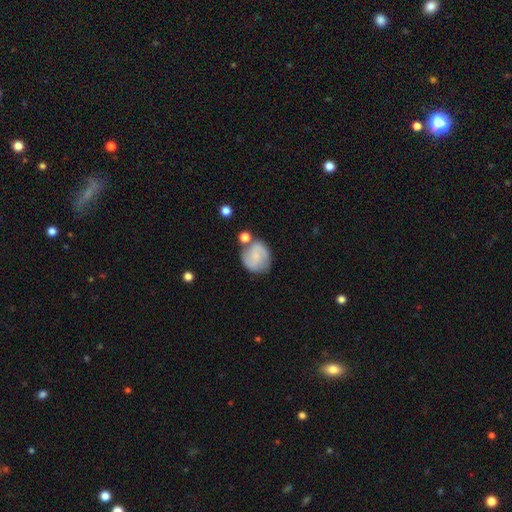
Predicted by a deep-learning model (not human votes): Smooth or featured?
  - featured or disk: 52% *
  - smooth: 41%
  - star or artifact: 8%
Edge-on disk?
  - no: 98% *
  - yes: 2%
Bar?
  - no: 55% *
  - weak: 38%
  - strong: 7%
Spiral arms?
  - yes: 88% *
  - no: 12%
Bulge size?
  - small: 57% *
  - none: 26%
  - moderate: 14%
  - large: 2%
  - dominant: 1%
Merging?
  - none: 64% *
  - minor disturbance: 17%
  - merger: 13%
  - major disturbance: 6%